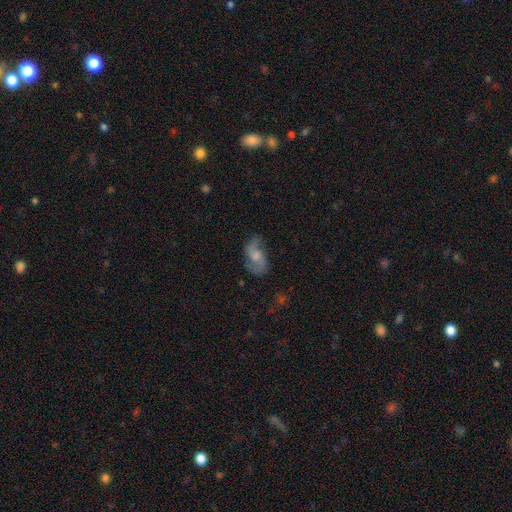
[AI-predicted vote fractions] Morphology: type=featured or disk (66%); edge-on=no (96%); bar=no (59%); spiral arms=yes (90%); winding=loose (60%); arm count=2 (87%); bulge=moderate (42%); merging=none (63%).